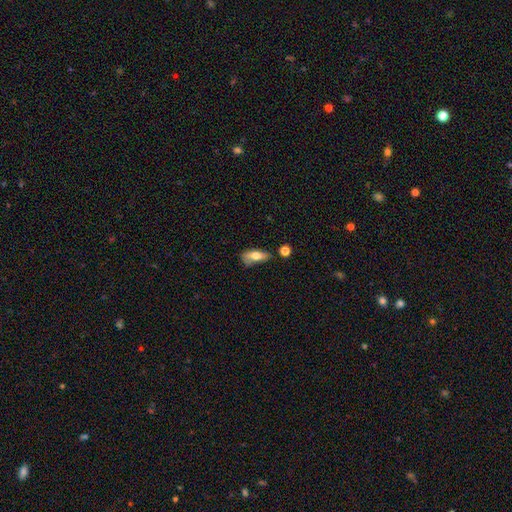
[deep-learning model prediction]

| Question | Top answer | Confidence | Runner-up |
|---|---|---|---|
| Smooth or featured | smooth | 69% | featured or disk (23%) |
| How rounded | in between | 74% | cigar-shaped (22%) |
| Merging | none | 50% | minor disturbance (30%) |